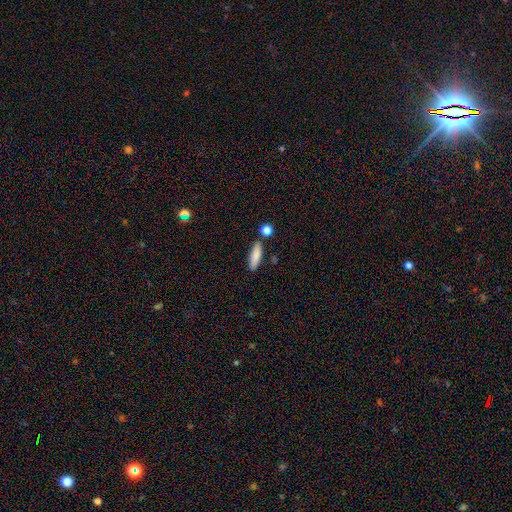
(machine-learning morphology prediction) Overall: smooth (85%). How rounded: cigar-shaped (57%; in between 40%). Merging: none (81%).